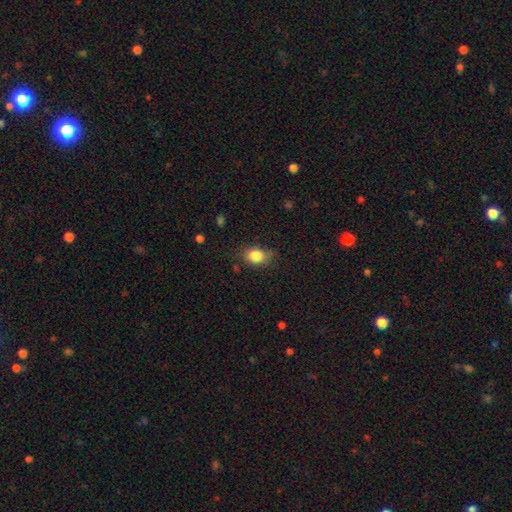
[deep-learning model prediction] Overall: smooth (86%). How rounded: in between (65%; round 34%). Merging: none (73%).